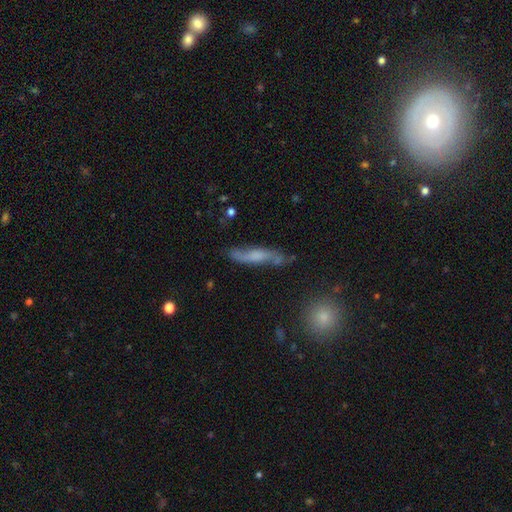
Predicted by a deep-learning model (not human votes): This appears to be a featured or disk galaxy (61%). Merging: none (69%).